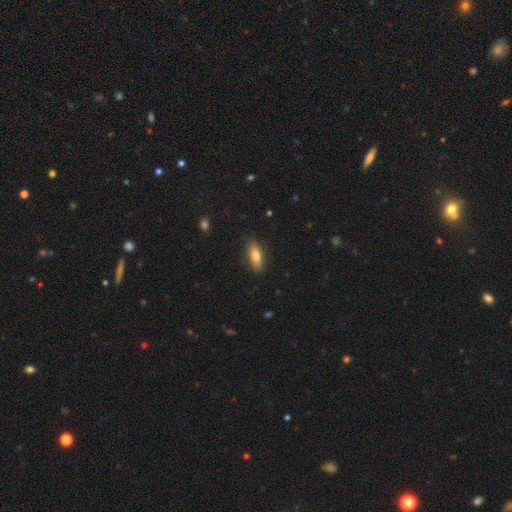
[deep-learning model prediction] Smooth or featured? smooth (75%)
How rounded? in between (63%)
Merging? none (85%)